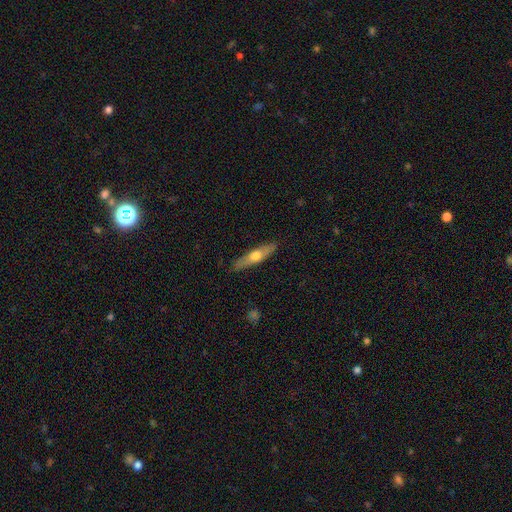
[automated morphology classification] Smooth or featured: featured or disk — 47% (tied with smooth — 47%)
Merging: none — 87% (minor disturbance — 10%)